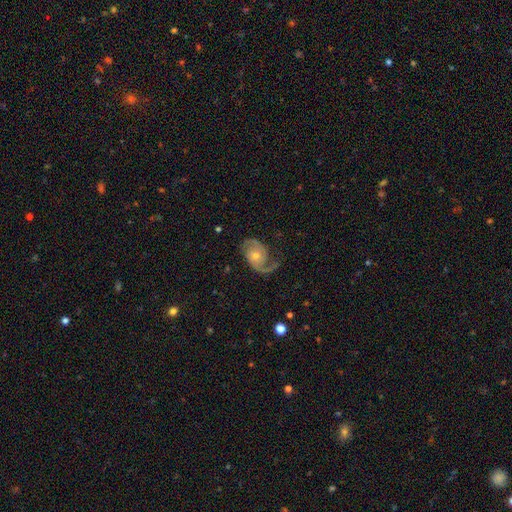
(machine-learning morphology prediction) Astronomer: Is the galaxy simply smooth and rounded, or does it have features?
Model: featured or disk — 90%.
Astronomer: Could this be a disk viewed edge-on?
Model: no — 98%.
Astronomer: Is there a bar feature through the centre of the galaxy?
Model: no — 71%.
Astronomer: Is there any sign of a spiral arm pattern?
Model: yes — 98%.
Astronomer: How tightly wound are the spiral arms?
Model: medium — 51% (runner-up: tight, 29%).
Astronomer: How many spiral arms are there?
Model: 2 — 90%.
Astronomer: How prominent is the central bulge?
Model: moderate — 50% (runner-up: small, 44%).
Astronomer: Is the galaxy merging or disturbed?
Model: none — 73%.